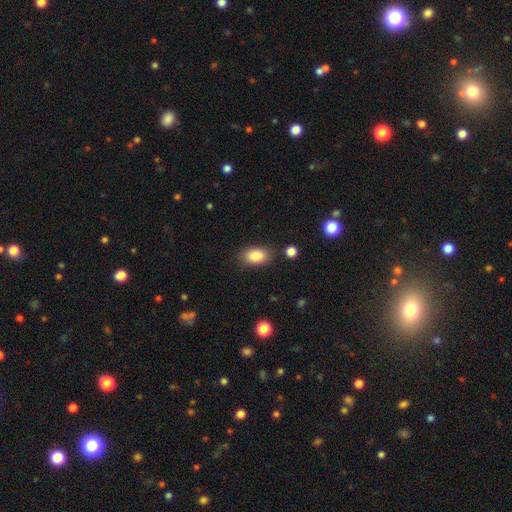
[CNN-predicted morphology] Overall: smooth (86%). How rounded: in between (90%). Merging: none (84%).